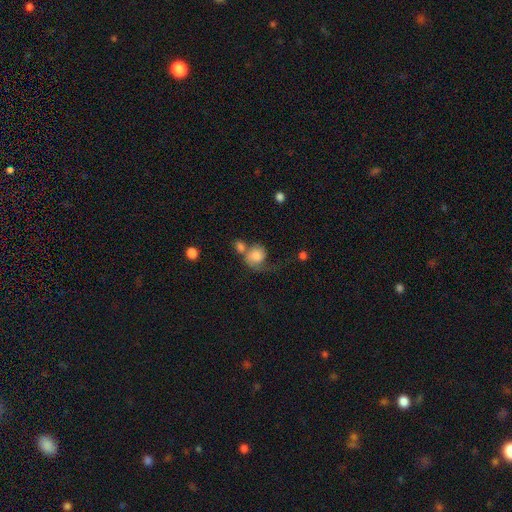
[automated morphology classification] Overall: smooth (67%). How rounded: round (74%). Merging: merger (35%; none 25%).